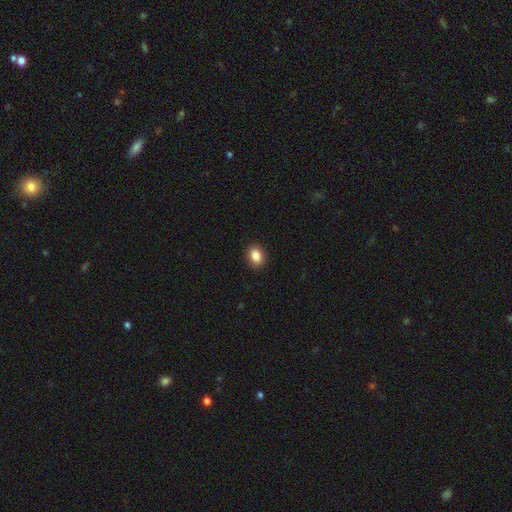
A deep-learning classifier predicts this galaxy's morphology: Q: Smooth or featured?
A: smooth (87%); runner-up: star or artifact (9%)
Q: How rounded?
A: in between (67%); runner-up: round (31%)
Q: Merging?
A: none (91%); runner-up: minor disturbance (7%)